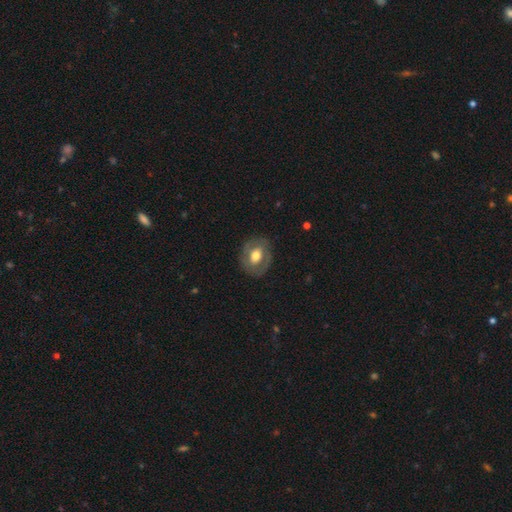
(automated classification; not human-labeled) smooth_or_featured: featured or disk (p=0.52) [alt: smooth p=0.42]
disk_edge_on: no (p=0.94) [alt: yes p=0.06]
merging: none (p=0.79) [alt: minor disturbance p=0.14]